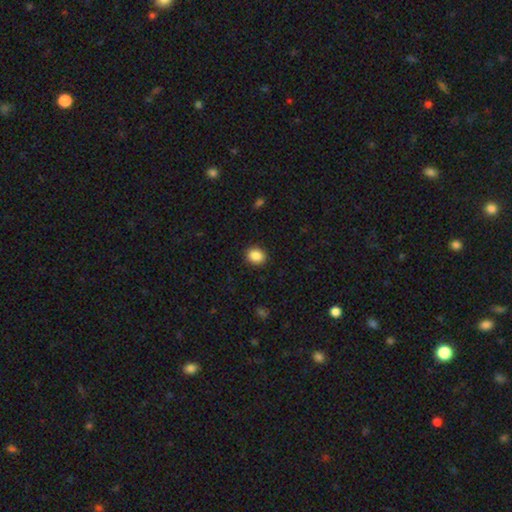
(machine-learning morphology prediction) A smooth galaxy with no disk features (88%) that is round (64%).

Vote fractions:
- Smooth or featured? smooth: 88% / star or artifact: 9% / featured or disk: 4%
- How rounded? round: 64% / in between: 35% / cigar-shaped: 1%
- Merging? none: 90% / minor disturbance: 7% / major disturbance: 2% / merger: 1%